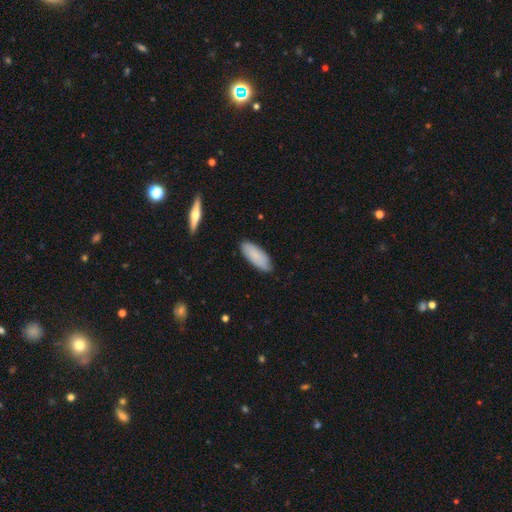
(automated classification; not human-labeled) Overall: smooth (80%). How rounded: in between (77%). Merging: none (82%).